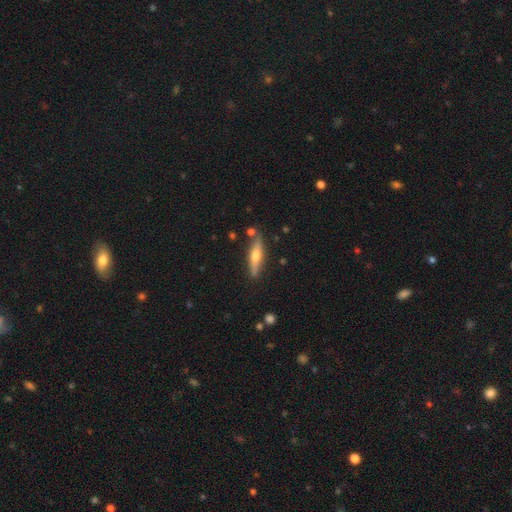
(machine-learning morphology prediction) type=featured or disk (53%); edge-on=yes (92%); merging=none (81%).